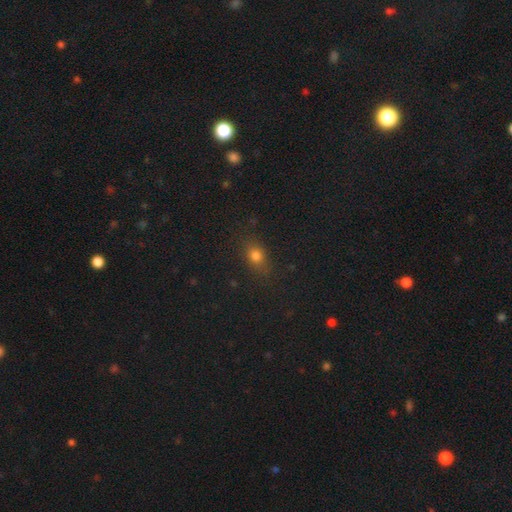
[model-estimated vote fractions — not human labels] Q: Smooth or featured?
A: smooth (75%); runner-up: star or artifact (16%)
Q: How rounded?
A: in between (56%); runner-up: round (40%)
Q: Merging?
A: none (82%); runner-up: minor disturbance (13%)